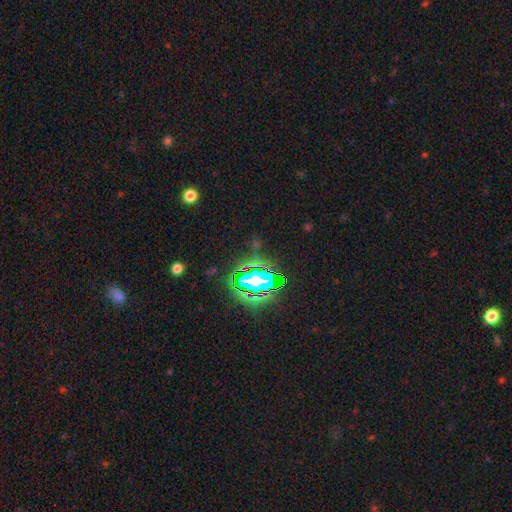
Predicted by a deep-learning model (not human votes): Q: Smooth or featured?
A: star or artifact (77%); runner-up: smooth (14%)